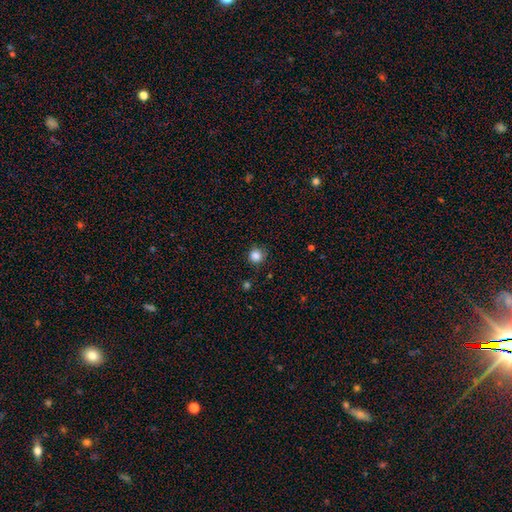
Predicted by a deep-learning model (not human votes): This is clearly a smooth galaxy (85%). How rounded: clearly round (93%). Merging: clearly none (85%).